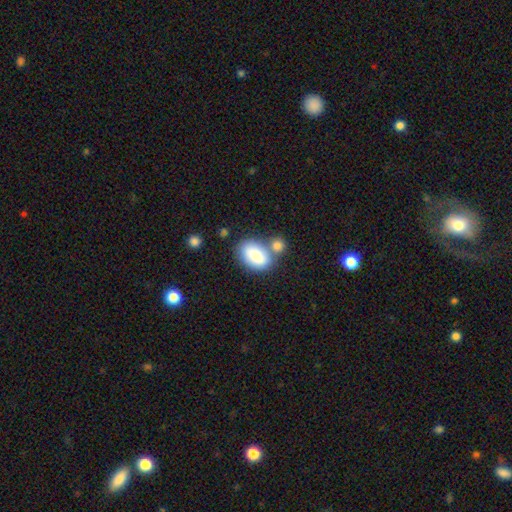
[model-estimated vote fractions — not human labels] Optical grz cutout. It shows a smooth galaxy with no disk features (83%) that is in between round and cigar-shaped (87%). Merging: none (48%).